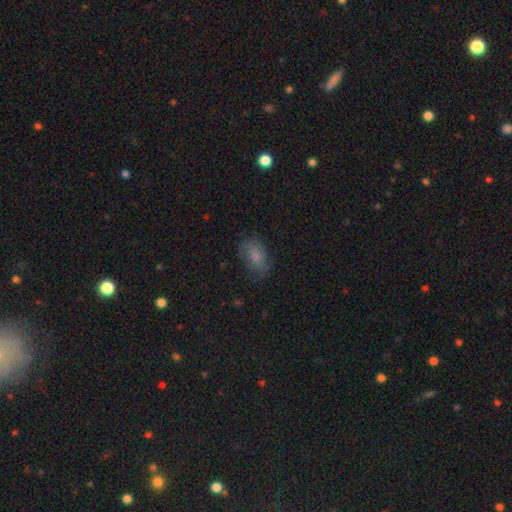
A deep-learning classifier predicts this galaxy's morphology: smooth 69%, featured or disk 21%, star or artifact 10%. Down the decision tree: how rounded — in between (86%); merging — none (69%).